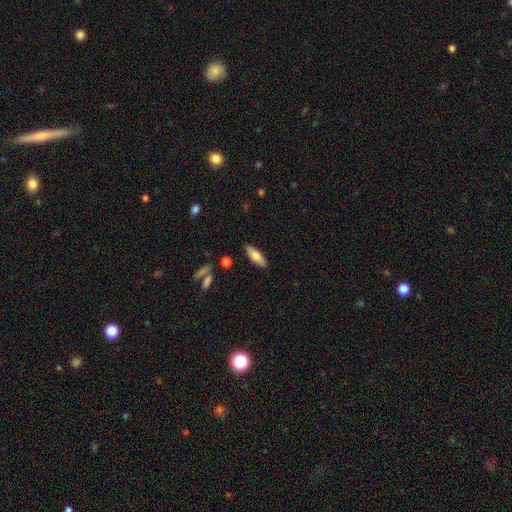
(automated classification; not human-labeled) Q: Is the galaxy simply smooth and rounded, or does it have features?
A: smooth — 73%.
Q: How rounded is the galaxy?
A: in between — 57%.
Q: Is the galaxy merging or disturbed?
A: none — 86%.